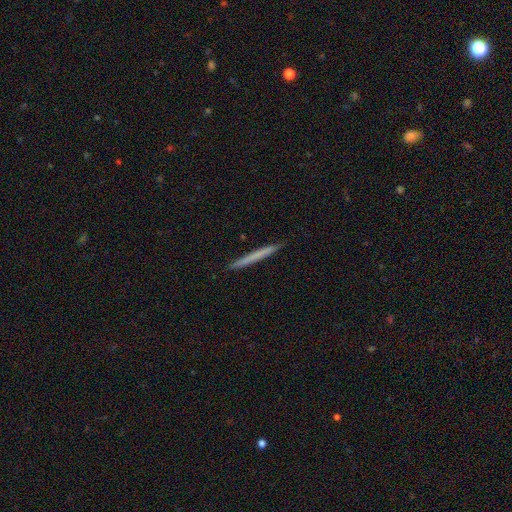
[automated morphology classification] This is likely a smooth galaxy (63%). How rounded: clearly cigar-shaped (97%). Merging: clearly none (92%).